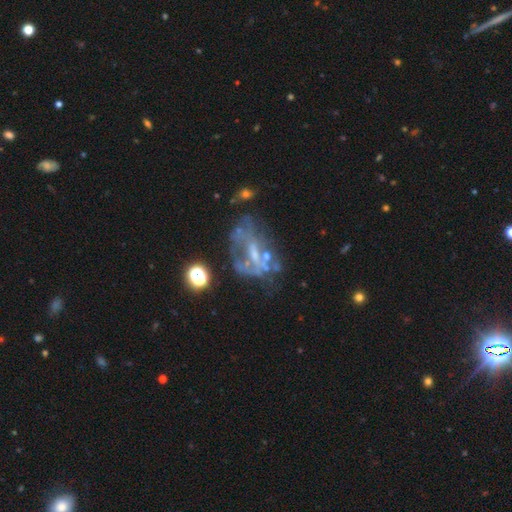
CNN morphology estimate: This is likely a featured or disk galaxy (64%). It is clearly not viewed edge-on (95%). Bar: possibly no (60%). Spiral arm pattern: likely no (72%). Central bulge: marginally none (39%). Merging: marginally none (36%).